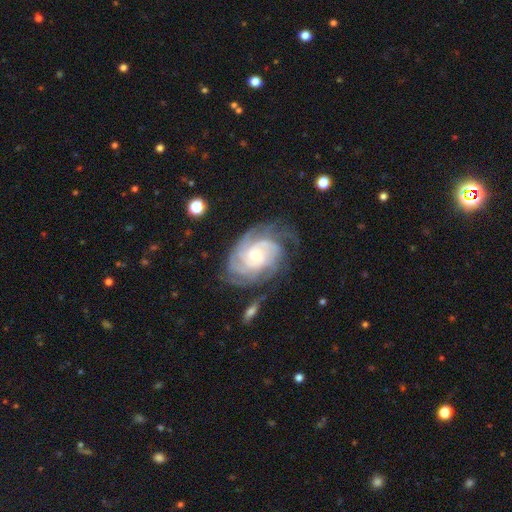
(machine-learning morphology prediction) smooth_or_featured: featured or disk (p=0.90) [alt: smooth p=0.05]
disk_edge_on: no (p=0.97) [alt: yes p=0.03]
bar: no (p=0.68) [alt: weak p=0.25]
has_spiral_arms: yes (p=0.98) [alt: no p=0.02]
spiral_winding: tight (p=0.73) [alt: medium p=0.23]
spiral_arm_count: 4 (p=0.30) [alt: 3 p=0.22]
bulge_size: small (p=0.52) [alt: moderate p=0.43]
merging: none (p=0.69) [alt: minor disturbance p=0.19]